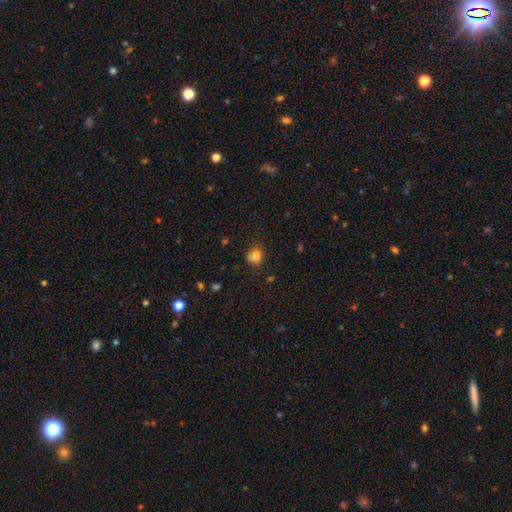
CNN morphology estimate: smooth-or-featured: smooth: 78% | star or artifact: 12% | featured or disk: 9%
  how-rounded: round: 70% | in between: 29% | cigar-shaped: 1%
  merging: none: 56% | minor disturbance: 27% | major disturbance: 9% | merger: 8%